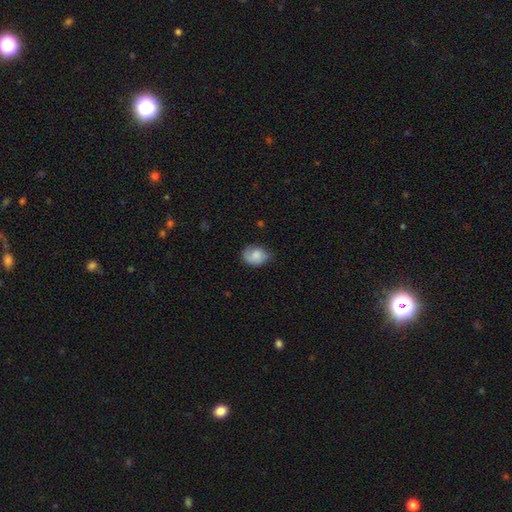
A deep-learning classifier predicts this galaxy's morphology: The model was most divided on "how rounded": in between: 59%, round: 40%, cigar-shaped: 1%. More confident: smooth or featured — smooth (69%); merging — none (57%).